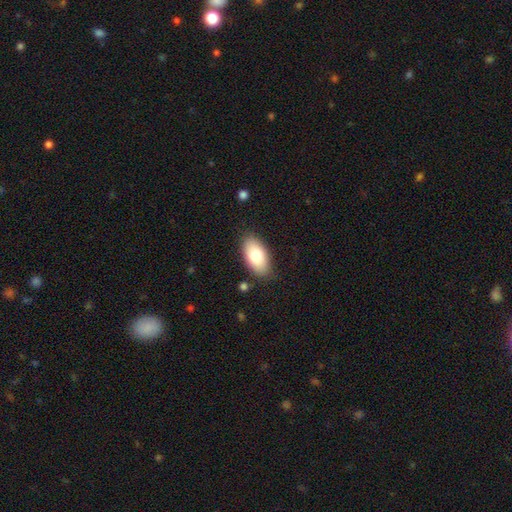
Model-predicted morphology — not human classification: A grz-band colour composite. It shows a smooth galaxy with no disk features (79%) that is in between round and cigar-shaped (94%). Merging: none (84%).